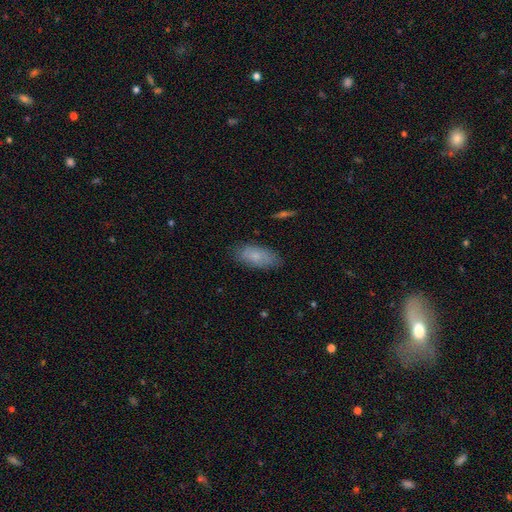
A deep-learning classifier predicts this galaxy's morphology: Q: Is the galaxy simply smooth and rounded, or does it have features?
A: smooth — 75%.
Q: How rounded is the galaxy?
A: in between — 89%.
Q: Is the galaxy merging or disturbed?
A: none — 79%.